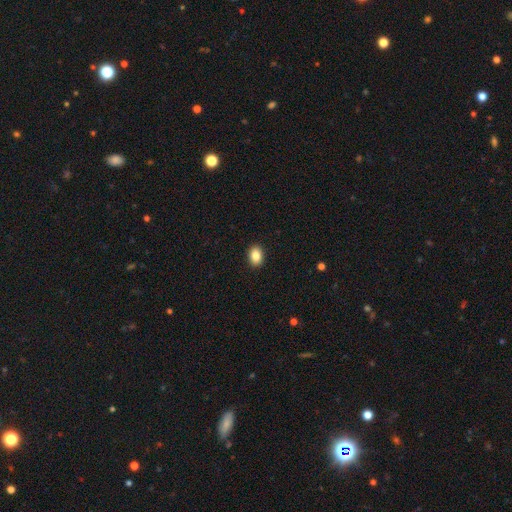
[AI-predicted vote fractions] smooth-or-featured: smooth: 86% | star or artifact: 8% | featured or disk: 6%
  how-rounded: in between: 77% | round: 22% | cigar-shaped: 1%
  merging: none: 91% | minor disturbance: 6% | major disturbance: 2% | merger: 1%